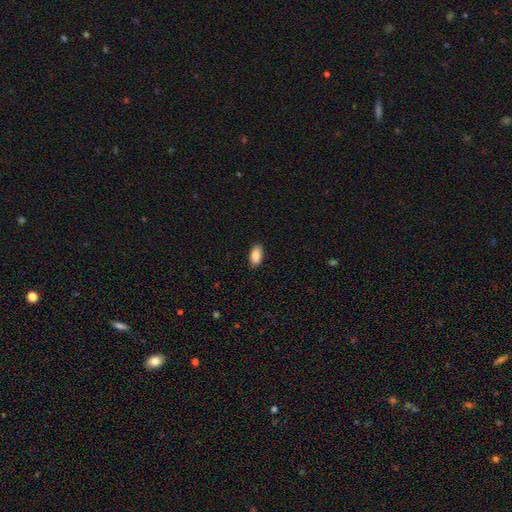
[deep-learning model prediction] Smooth or featured? Predicted: smooth (p=0.89). How rounded? Predicted: in between (p=0.92). Merging? Predicted: none (p=0.88).